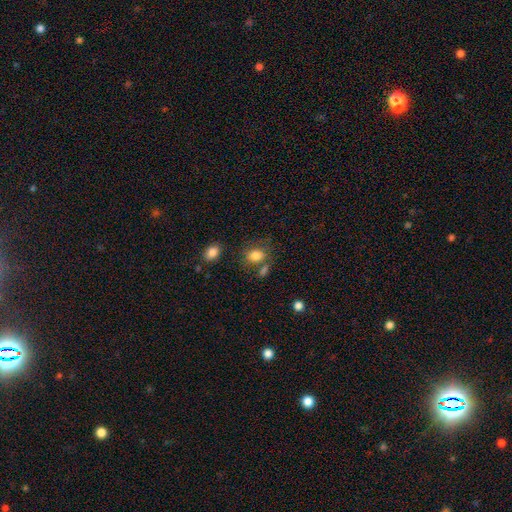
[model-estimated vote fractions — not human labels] smooth-or-featured: smooth: 82% | star or artifact: 10% | featured or disk: 7%
  how-rounded: in between: 62% | round: 36% | cigar-shaped: 1%
  merging: none: 61% | minor disturbance: 17% | merger: 14% | major disturbance: 7%